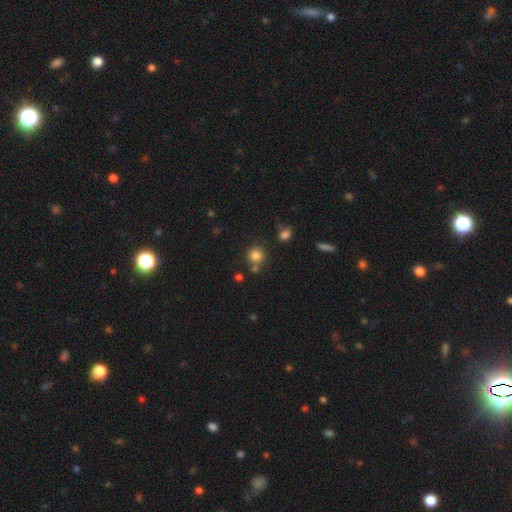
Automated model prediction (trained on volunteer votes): Overall: smooth (81%). How rounded: round (91%). Merging: none (72%).